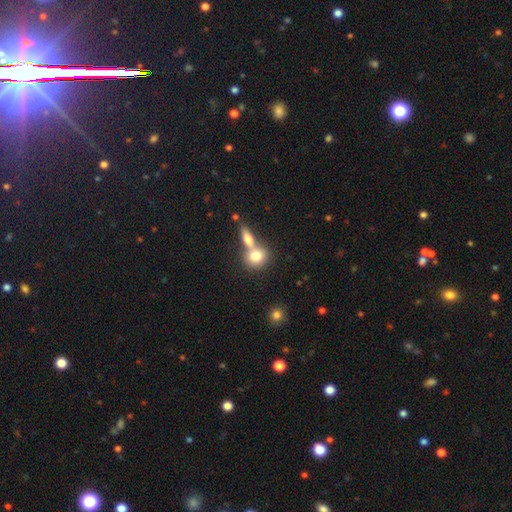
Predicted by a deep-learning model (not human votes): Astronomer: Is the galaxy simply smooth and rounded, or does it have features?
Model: smooth — 77%.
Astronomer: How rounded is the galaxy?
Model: round — 59% (runner-up: in between, 38%).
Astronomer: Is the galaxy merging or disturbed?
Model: merger — 55% (runner-up: none, 35%).